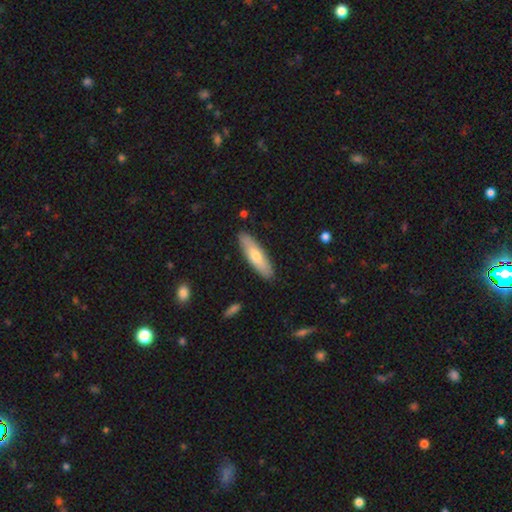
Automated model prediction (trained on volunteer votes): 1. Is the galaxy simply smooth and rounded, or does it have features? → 66% smooth, 28% featured or disk, 5% star or artifact.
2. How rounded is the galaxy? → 64% cigar-shaped, 34% in between, 2% round.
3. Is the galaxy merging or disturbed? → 89% none, 8% minor disturbance, 2% major disturbance, 1% merger.